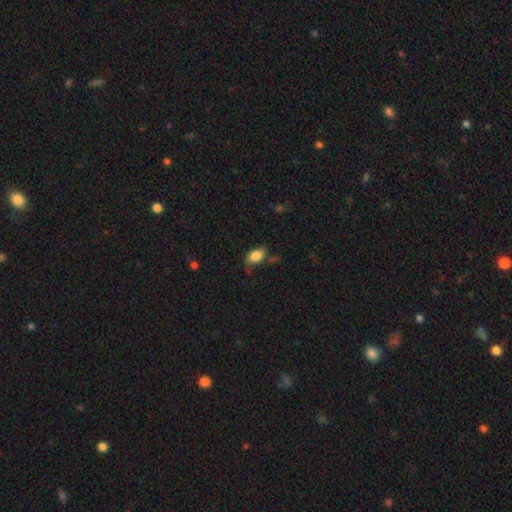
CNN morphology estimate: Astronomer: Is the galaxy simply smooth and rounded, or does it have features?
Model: smooth — 83%.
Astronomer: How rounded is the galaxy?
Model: in between — 89%.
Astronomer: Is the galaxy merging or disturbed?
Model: none — 57%.